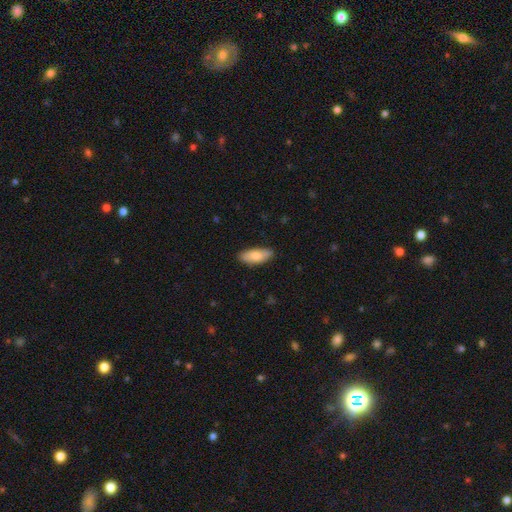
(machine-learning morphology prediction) Smooth or featured? smooth (78%)
How rounded? in between (79%)
Merging? none (83%)